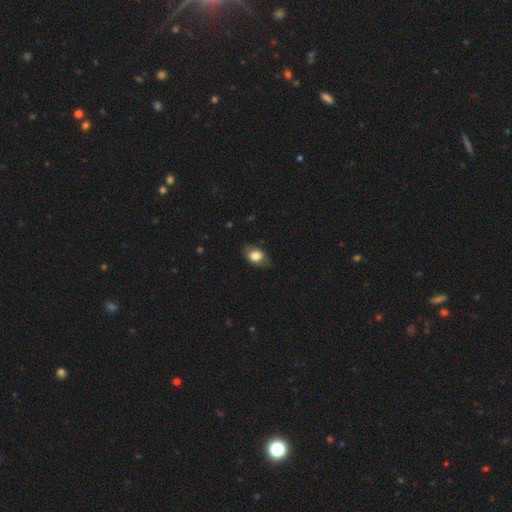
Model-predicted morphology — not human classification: Smooth or featured? Predicted: smooth (p=0.76). How rounded? Predicted: in between (p=0.84). Merging? Predicted: none (p=0.76).